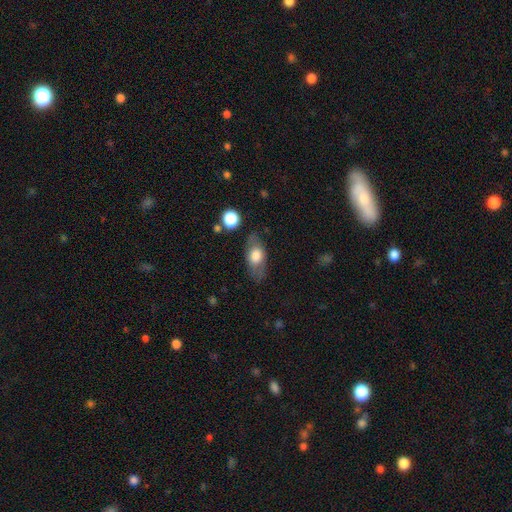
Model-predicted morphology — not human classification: Smooth or featured? smooth (65%)
How rounded? in between (83%)
Merging? none (73%)